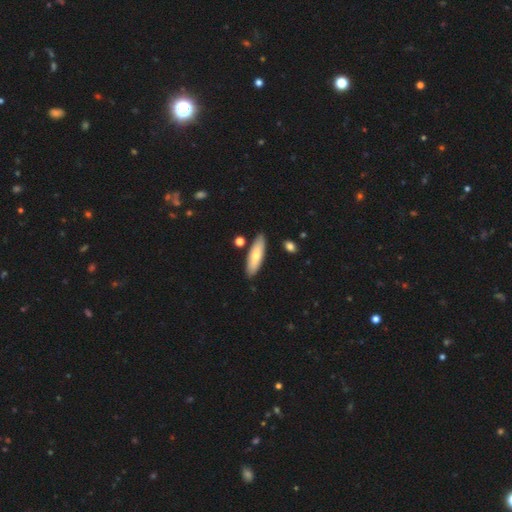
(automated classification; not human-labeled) Morphology: type=smooth (68%); roundness=cigar-shaped (54%); merging=none (86%).